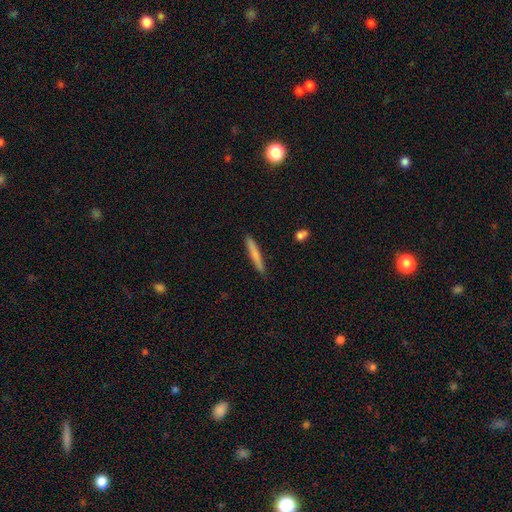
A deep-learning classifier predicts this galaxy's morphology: A smooth galaxy with no disk features (66%) that is cigar-shaped (95%).

Vote fractions:
- Smooth or featured? smooth: 66% / featured or disk: 27% / star or artifact: 7%
- How rounded? cigar-shaped: 95% / in between: 3% / round: 2%
- Merging? none: 90% / minor disturbance: 8% / major disturbance: 1% / merger: 1%